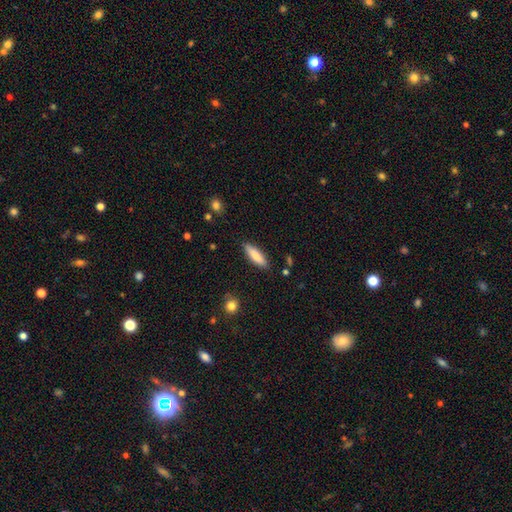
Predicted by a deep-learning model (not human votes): Morphology: type=smooth (77%); roundness=cigar-shaped (61%); merging=none (87%).